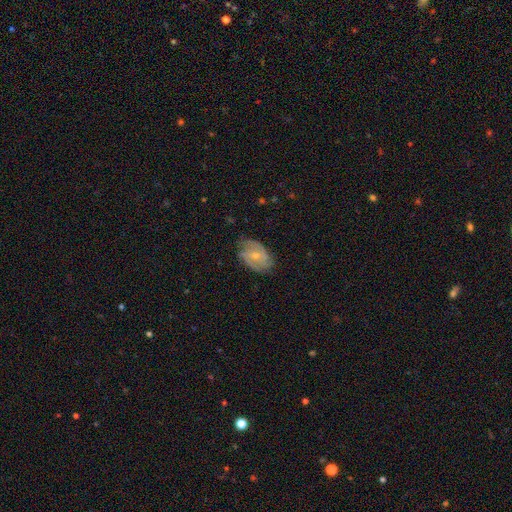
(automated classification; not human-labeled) Smooth or featured? Predicted: featured or disk (p=0.73). Edge-on disk? Predicted: no (p=0.96). Bar? Predicted: no (p=0.56). Spiral arms? Predicted: yes (p=0.91). Spiral winding? Predicted: medium (p=0.43). Spiral arm count? Predicted: 2 (p=0.40). Bulge size? Predicted: small (p=0.59). Merging? Predicted: none (p=0.70).